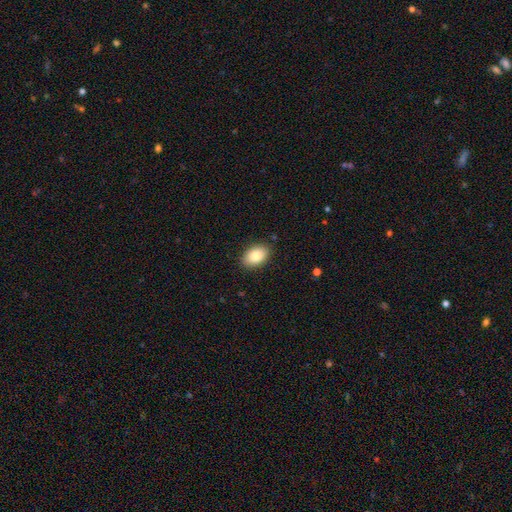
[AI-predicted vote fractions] smooth 83%, featured or disk 10%, star or artifact 7%. Down the decision tree: how rounded — in between (87%); merging — none (88%).